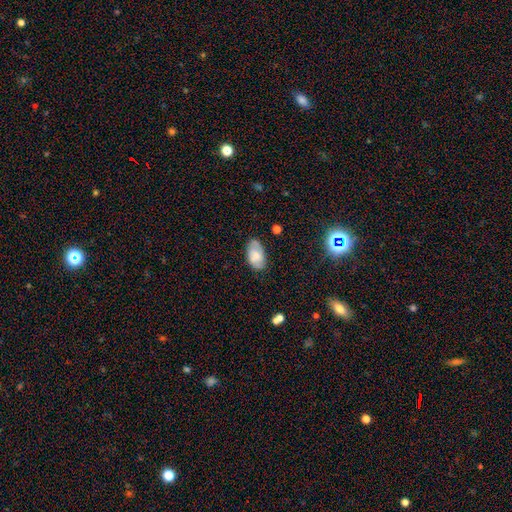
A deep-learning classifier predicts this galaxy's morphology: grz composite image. It shows a smooth galaxy with no disk features (57%) that is in between round and cigar-shaped (93%). Merging: none (77%).